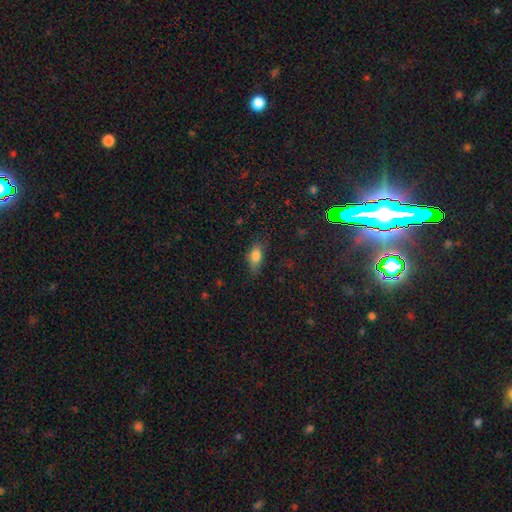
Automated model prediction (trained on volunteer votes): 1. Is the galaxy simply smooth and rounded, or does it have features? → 79% smooth, 11% featured or disk, 10% star or artifact.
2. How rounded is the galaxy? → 82% in between, 11% cigar-shaped, 7% round.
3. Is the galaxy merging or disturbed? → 71% none, 22% minor disturbance, 6% major disturbance, 1% merger.